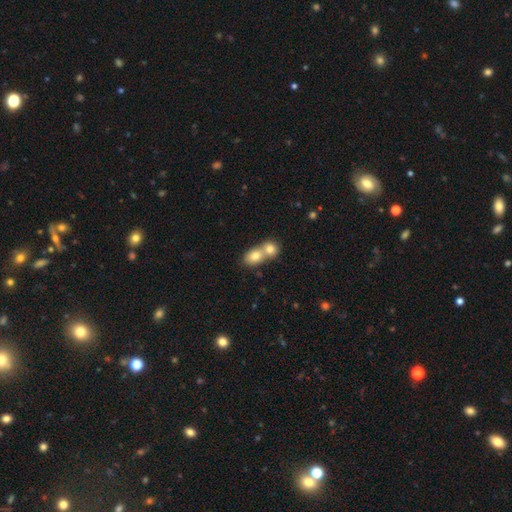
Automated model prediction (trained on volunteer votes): Smooth or featured?
  - smooth: 77% *
  - featured or disk: 14%
  - star or artifact: 9%
How rounded?
  - in between: 55% *
  - round: 43%
  - cigar-shaped: 2%
Merging?
  - merger: 70% *
  - none: 24%
  - minor disturbance: 5%
  - major disturbance: 2%